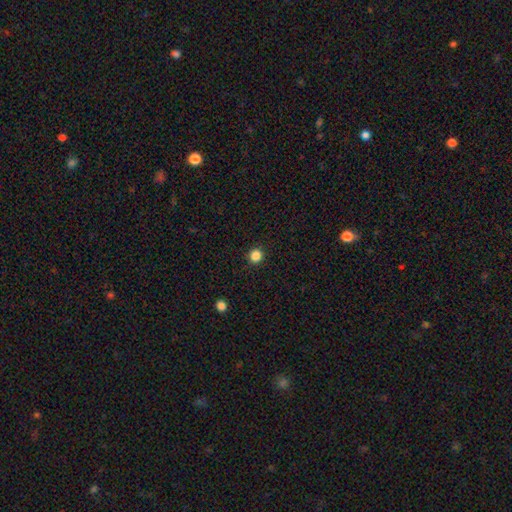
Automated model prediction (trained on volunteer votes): smooth_or_featured: smooth (p=0.85) [alt: star or artifact p=0.12]
how_rounded: round (p=0.94) [alt: in between p=0.05]
merging: none (p=0.93) [alt: minor disturbance p=0.04]